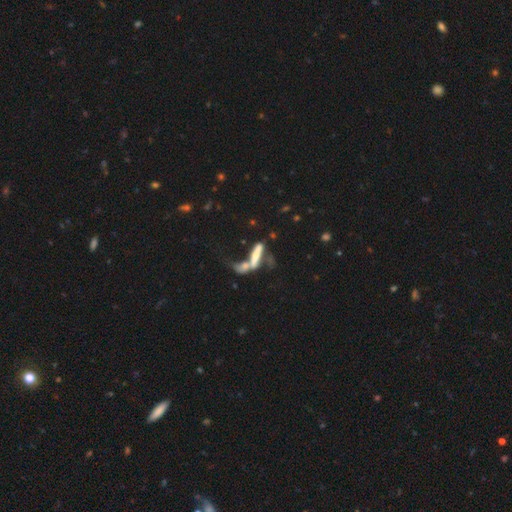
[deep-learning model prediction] smooth-or-featured: smooth: 47% | featured or disk: 43% | star or artifact: 11%
  merging: merger: 52% | major disturbance: 19% | none: 19% | minor disturbance: 10%